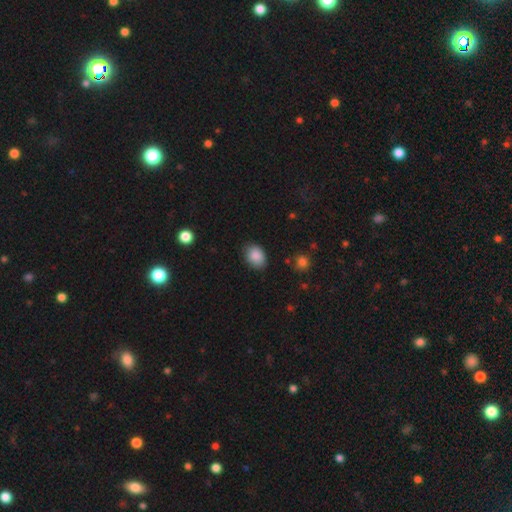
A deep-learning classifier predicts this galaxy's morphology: This appears to be a smooth galaxy with no disk features (88%) that is in between round and cigar-shaped (71%). Merging: none (80%).